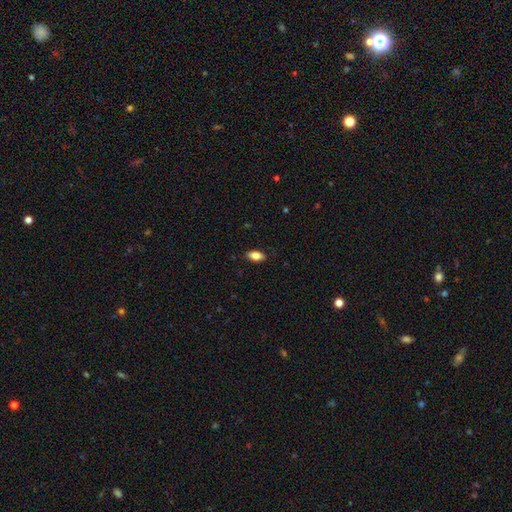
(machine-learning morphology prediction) smooth 84%, featured or disk 8%, star or artifact 8%. Down the decision tree: how rounded — in between (91%); merging — none (87%).